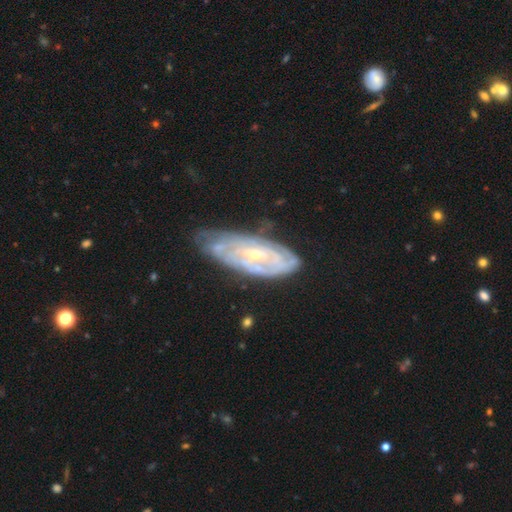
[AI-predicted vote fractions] This is likely a featured or disk galaxy (77%). It is clearly not viewed edge-on (87%). Bar: possibly no (60%). Spiral arm pattern: likely yes (79%). Spiral arm count: likely can't tell (60%). Spiral winding: likely tight (70%). Central bulge: likely small (69%). Merging: possibly none (52%).